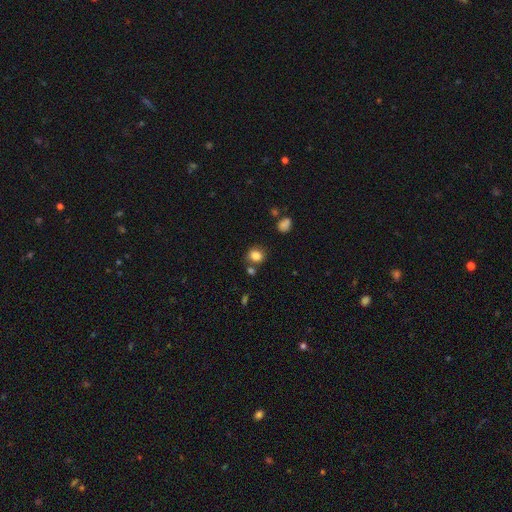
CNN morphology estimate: Smooth or featured? Predicted: smooth (p=0.83). How rounded? Predicted: round (p=0.65). Merging? Predicted: none (p=0.72).